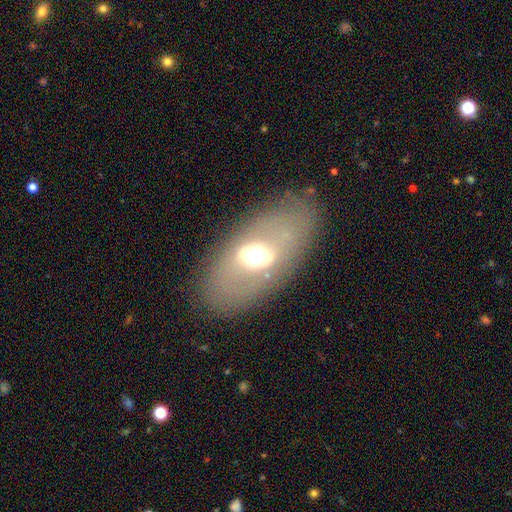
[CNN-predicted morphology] type=featured or disk (54%); edge-on=no (77%); merging=none (77%).